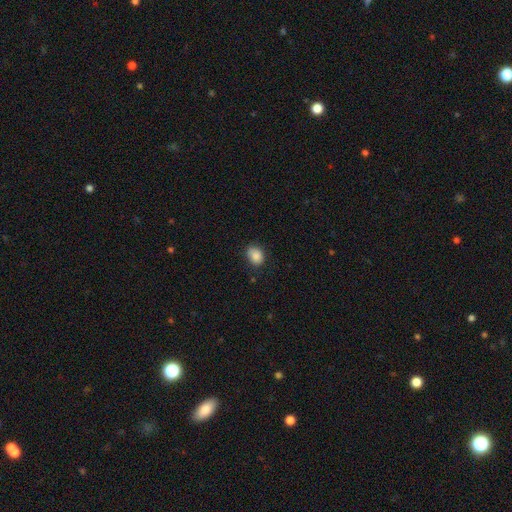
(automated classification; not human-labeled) This appears to be a smooth galaxy with no disk features (87%) that is in between round and cigar-shaped (58%). Merging: none (76%).